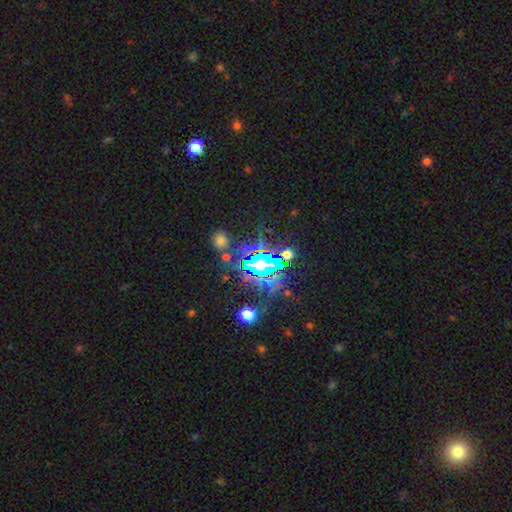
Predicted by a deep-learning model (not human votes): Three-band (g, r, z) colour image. It shows a star or artifact, not a galaxy (66%).